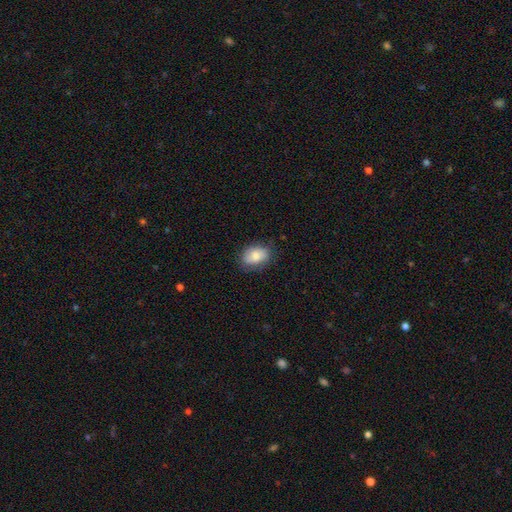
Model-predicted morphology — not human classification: Overall: smooth (81%). How rounded: in between (79%). Merging: none (76%).